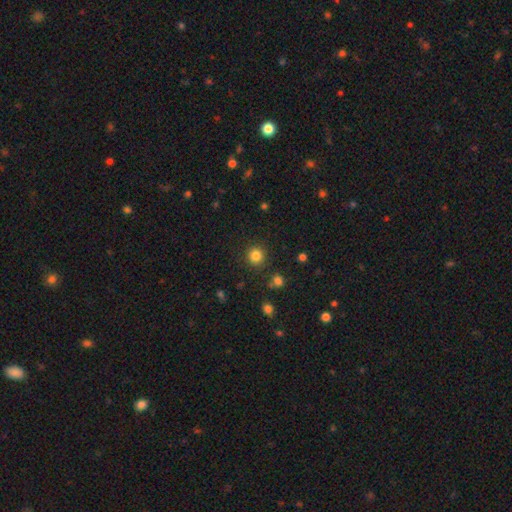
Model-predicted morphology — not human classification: This is clearly a smooth galaxy (83%). How rounded: clearly round (93%). Merging: clearly none (89%).